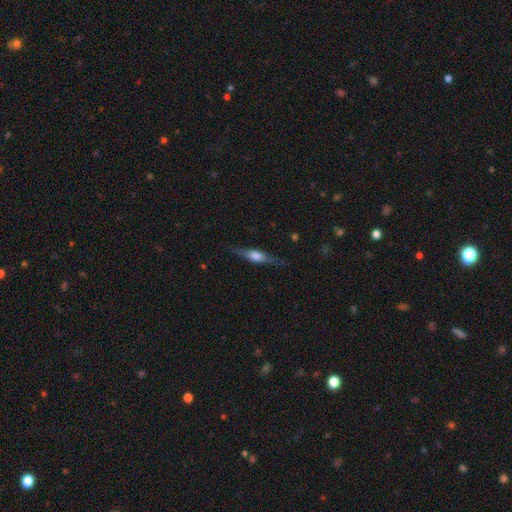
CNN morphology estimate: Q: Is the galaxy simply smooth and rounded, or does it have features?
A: featured or disk — 64%.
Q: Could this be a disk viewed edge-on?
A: yes — 96%.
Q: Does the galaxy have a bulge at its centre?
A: rounded — 84%.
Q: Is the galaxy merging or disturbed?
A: none — 84%.